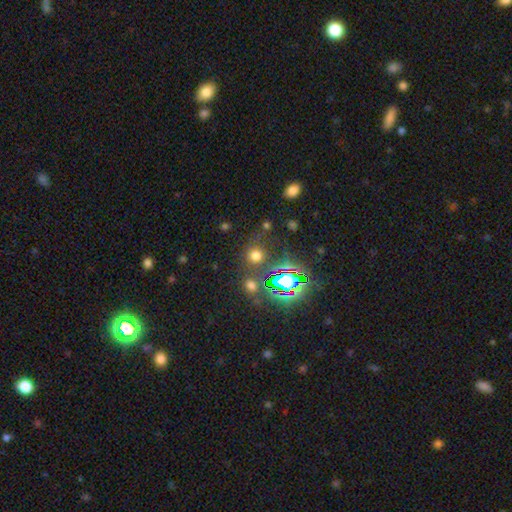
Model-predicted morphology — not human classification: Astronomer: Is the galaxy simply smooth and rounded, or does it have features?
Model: smooth — 57% (runner-up: star or artifact, 35%).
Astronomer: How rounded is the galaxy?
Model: round — 88%.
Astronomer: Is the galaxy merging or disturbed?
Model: none — 76%.